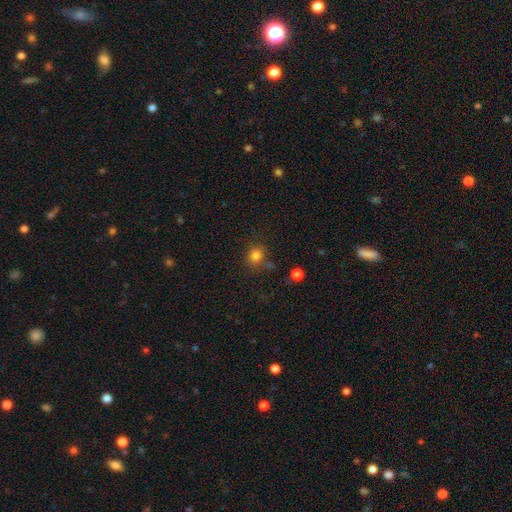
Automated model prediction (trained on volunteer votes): Morphology: type=smooth (81%); roundness=round (82%); merging=none (74%).